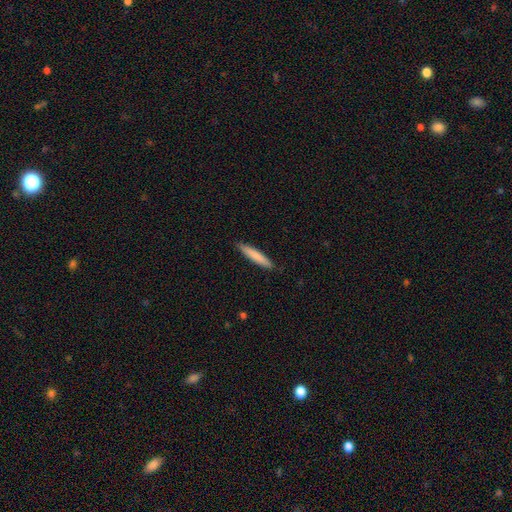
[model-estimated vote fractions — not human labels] A smooth galaxy with no disk features (80%) that is cigar-shaped (91%). Merging: none (88%).